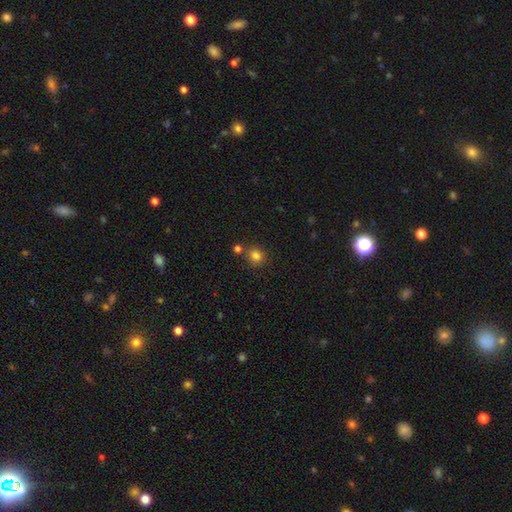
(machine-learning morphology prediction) smooth 82%, star or artifact 13%, featured or disk 5%. Down the decision tree: how rounded — round (79%); merging — none (75%).